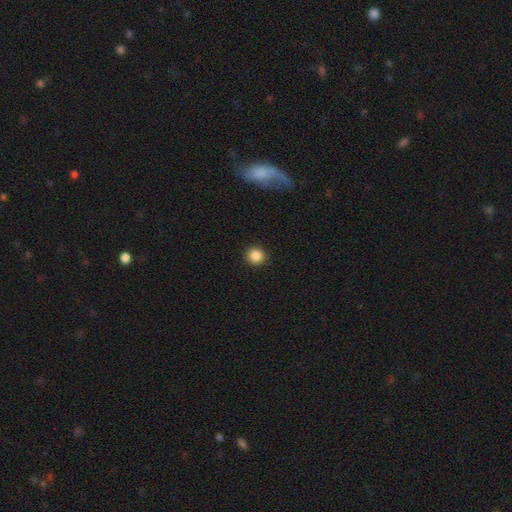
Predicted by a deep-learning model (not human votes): This appears to be a smooth galaxy with no disk features (86%) that is round (92%). Merging: none (92%).